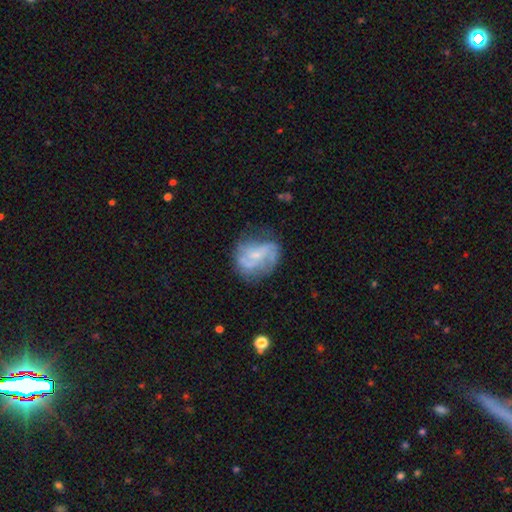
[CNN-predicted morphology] type=featured or disk (70%); edge-on=no (97%); bar=no (53%); spiral arms=yes (81%); winding=medium (42%); arm count=2 (34%); bulge=small (59%); merging=none (57%).